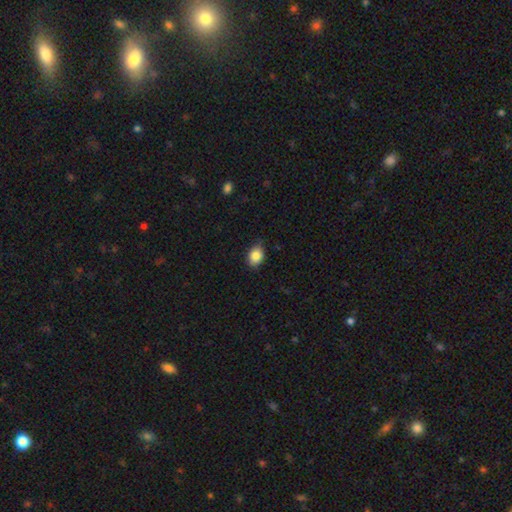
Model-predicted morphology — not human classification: Smooth or featured?
  - smooth: 86% *
  - star or artifact: 8%
  - featured or disk: 5%
How rounded?
  - in between: 69% *
  - round: 30%
  - cigar-shaped: 1%
Merging?
  - none: 78% *
  - minor disturbance: 18%
  - major disturbance: 3%
  - merger: 1%